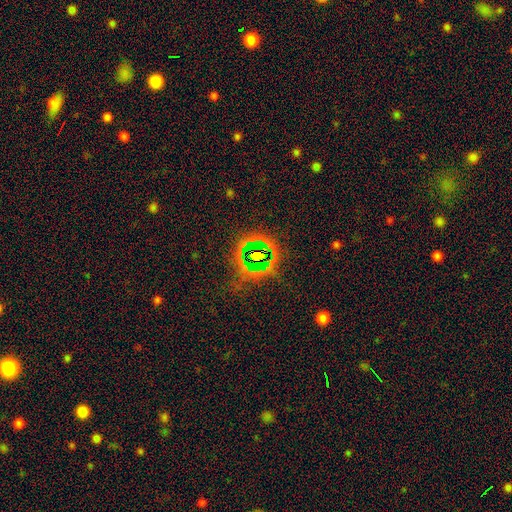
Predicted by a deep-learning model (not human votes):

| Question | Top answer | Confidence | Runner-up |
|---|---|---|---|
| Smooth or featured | star or artifact | 74% | smooth (15%) |